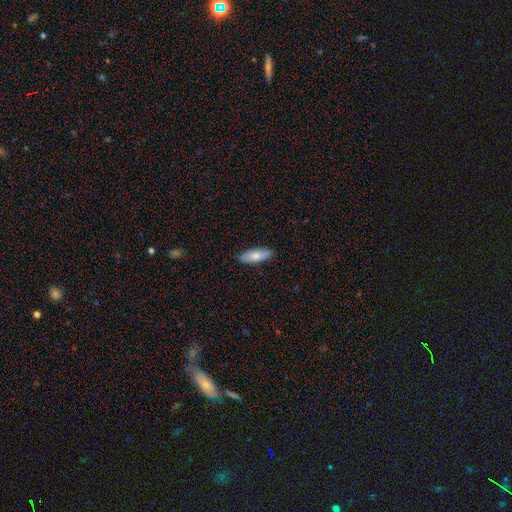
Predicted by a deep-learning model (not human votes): Smooth or featured?
  - smooth: 76% *
  - featured or disk: 19%
  - star or artifact: 6%
How rounded?
  - in between: 62% *
  - cigar-shaped: 36%
  - round: 2%
Merging?
  - none: 87% *
  - minor disturbance: 10%
  - major disturbance: 2%
  - merger: 1%